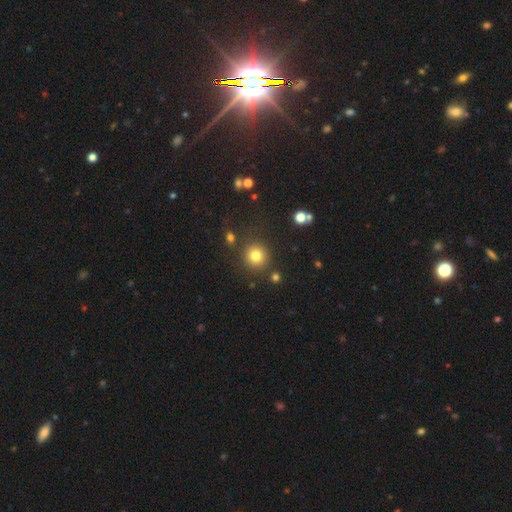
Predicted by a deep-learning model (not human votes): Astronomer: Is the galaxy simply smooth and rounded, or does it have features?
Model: smooth — 80%.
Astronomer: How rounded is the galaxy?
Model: round — 91%.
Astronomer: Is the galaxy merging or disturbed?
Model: none — 84%.